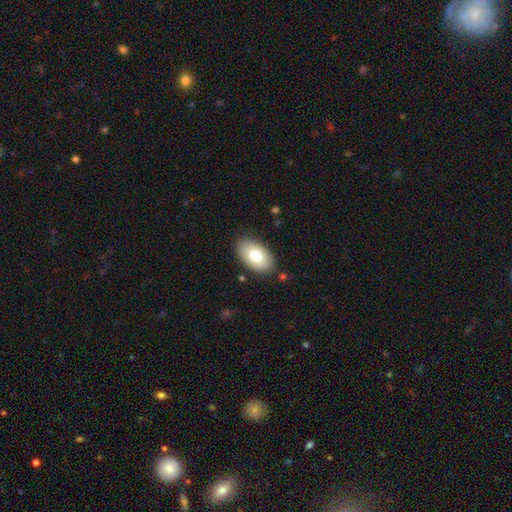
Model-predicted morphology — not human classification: Q: Smooth or featured?
A: smooth (76%); runner-up: featured or disk (17%)
Q: How rounded?
A: in between (94%); runner-up: round (5%)
Q: Merging?
A: none (85%); runner-up: minor disturbance (11%)